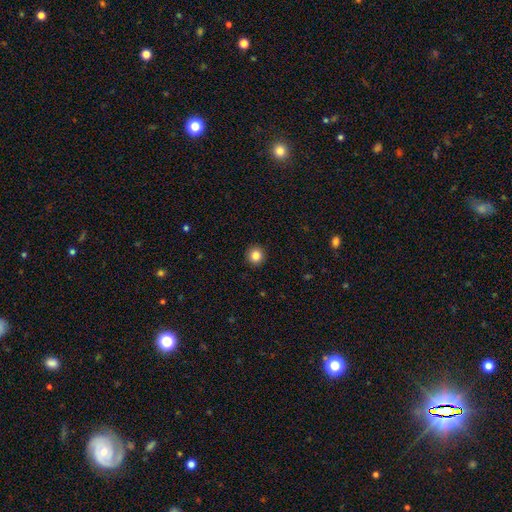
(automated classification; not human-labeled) This appears to be a smooth galaxy with no disk features (84%) that is round (94%). Merging: none (93%).